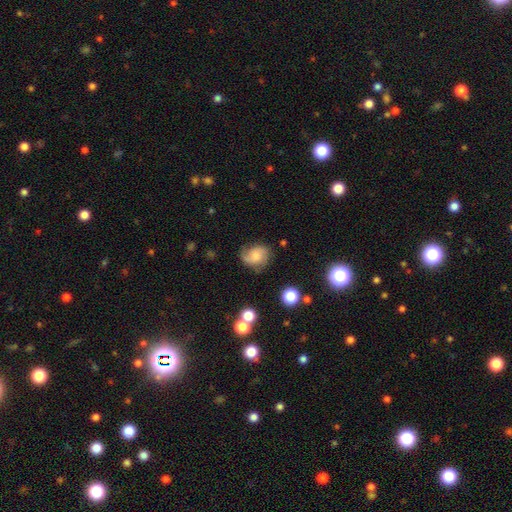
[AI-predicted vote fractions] The model was most divided on "smooth or featured": smooth: 48%, featured or disk: 42%, star or artifact: 10%. More confident: merging — none (56%).